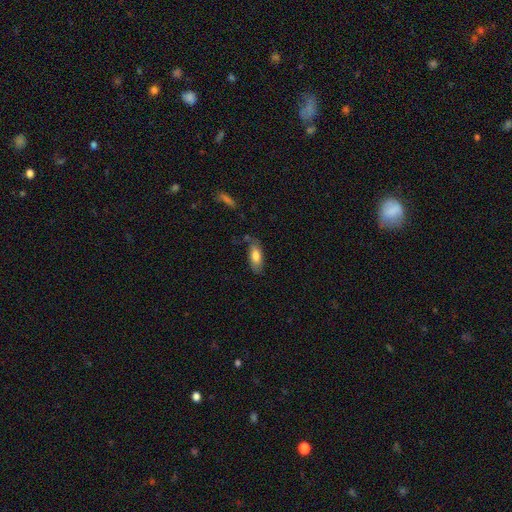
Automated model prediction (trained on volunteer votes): A smooth galaxy with no disk features (74%) that is in between round and cigar-shaped (81%). Merging: none (64%).